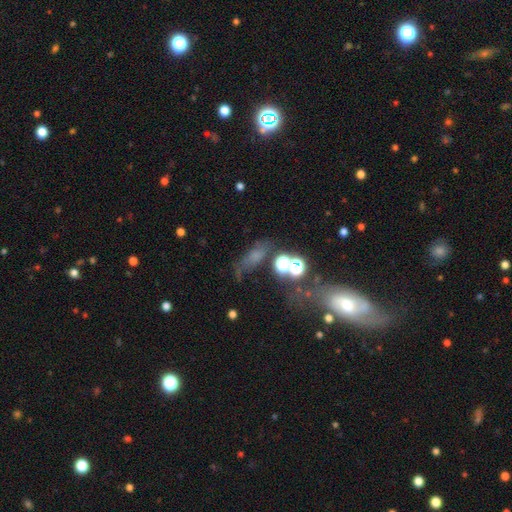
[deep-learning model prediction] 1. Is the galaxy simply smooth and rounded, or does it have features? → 49% smooth, 29% star or artifact, 22% featured or disk.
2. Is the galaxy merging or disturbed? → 48% none, 22% minor disturbance, 19% major disturbance, 12% merger.